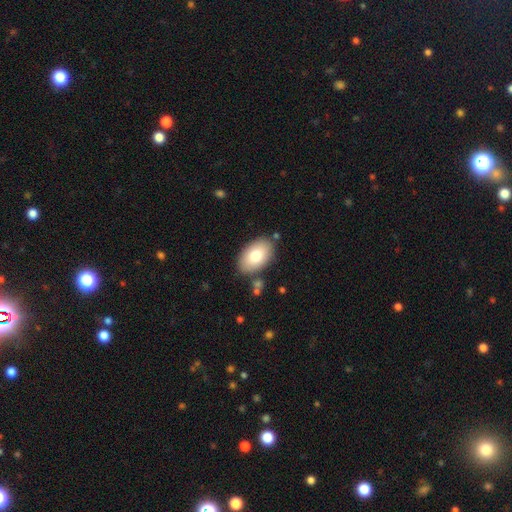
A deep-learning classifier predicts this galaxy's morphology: A smooth galaxy with no disk features (75%) that is in between round and cigar-shaped (92%).

Vote fractions:
- Smooth or featured? smooth: 75% / featured or disk: 18% / star or artifact: 7%
- How rounded? in between: 92% / round: 7% / cigar-shaped: 1%
- Merging? none: 83% / minor disturbance: 11% / merger: 4% / major disturbance: 3%